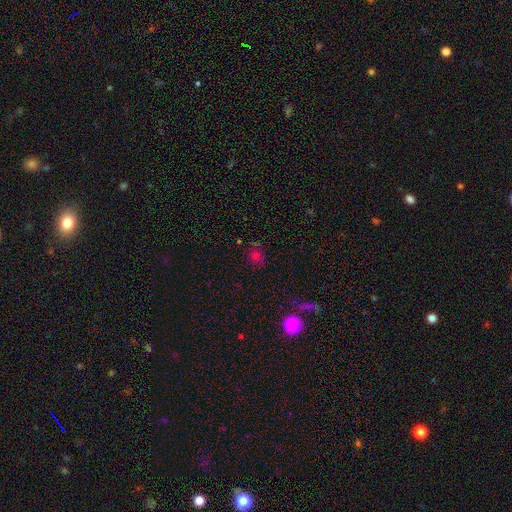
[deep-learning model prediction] Overall: smooth (47%; star or artifact 40%). Merging: none (72%).